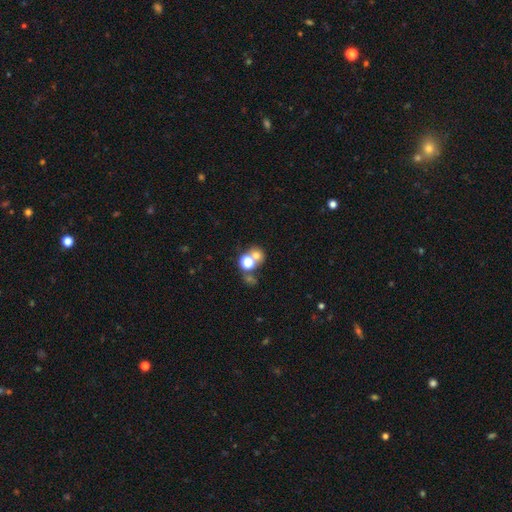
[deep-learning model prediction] A smooth galaxy with no disk features (64%) that is round (78%). Merging: none (47%).